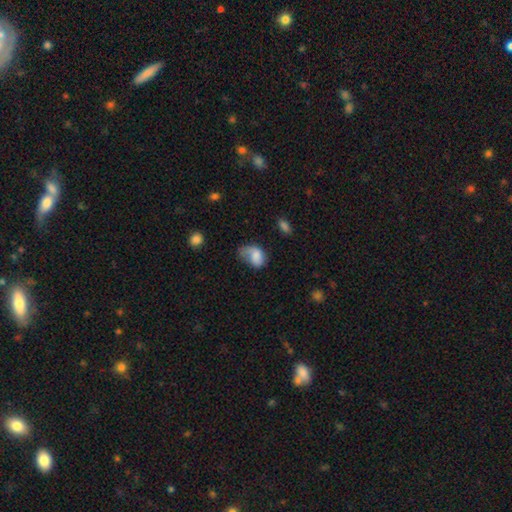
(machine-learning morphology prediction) Smooth or featured?
  - smooth: 70% *
  - featured or disk: 22%
  - star or artifact: 8%
How rounded?
  - in between: 79% *
  - round: 20%
  - cigar-shaped: 1%
Merging?
  - major disturbance: 36% *
  - minor disturbance: 32%
  - none: 28%
  - merger: 4%